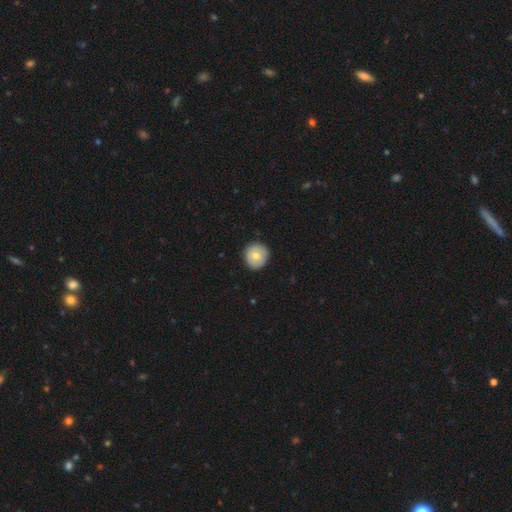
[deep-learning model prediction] Morphology: type=smooth (65%); roundness=round (90%); merging=none (86%).